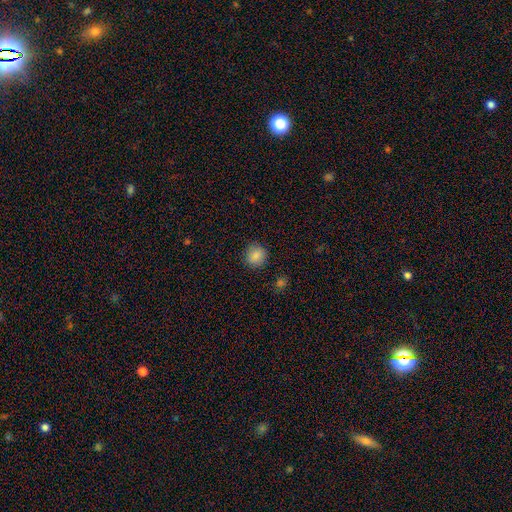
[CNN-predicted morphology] A smooth galaxy with no disk features (87%) that is round (87%).

Vote fractions:
- Smooth or featured? smooth: 87% / star or artifact: 10% / featured or disk: 4%
- How rounded? round: 87% / in between: 12% / cigar-shaped: 1%
- Merging? none: 88% / minor disturbance: 8% / major disturbance: 2% / merger: 1%